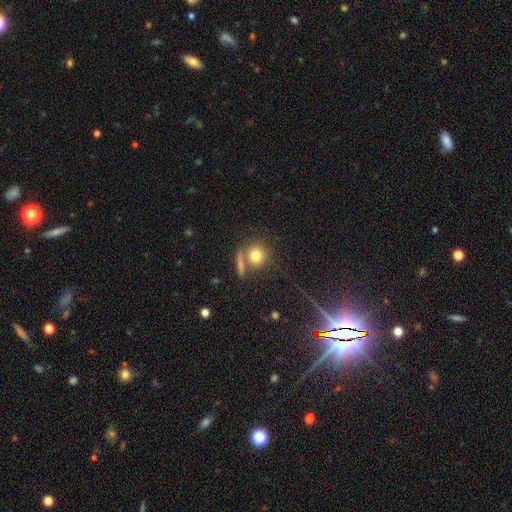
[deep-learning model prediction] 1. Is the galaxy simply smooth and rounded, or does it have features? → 76% smooth, 12% featured or disk, 12% star or artifact.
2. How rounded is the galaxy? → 85% round, 12% in between, 3% cigar-shaped.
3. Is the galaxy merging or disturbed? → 64% none, 20% merger, 10% minor disturbance, 5% major disturbance.